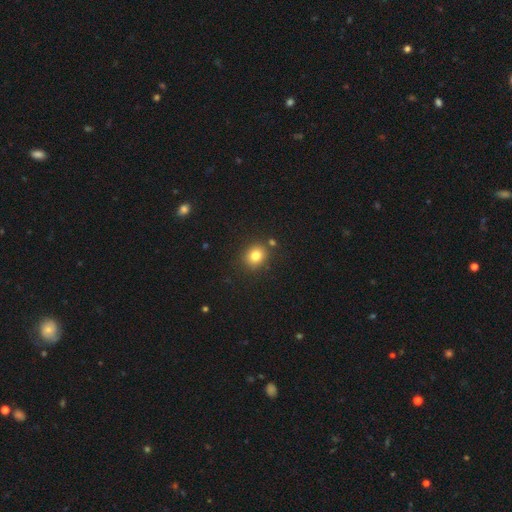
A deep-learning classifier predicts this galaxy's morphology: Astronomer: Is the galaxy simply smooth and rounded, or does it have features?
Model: smooth — 80%.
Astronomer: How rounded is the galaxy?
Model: round — 71%.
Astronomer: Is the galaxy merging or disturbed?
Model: none — 82%.